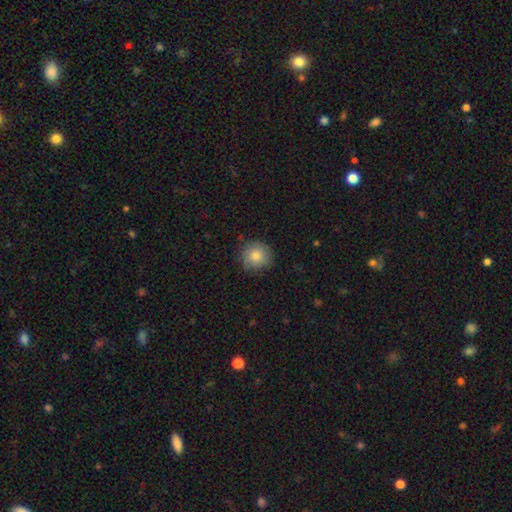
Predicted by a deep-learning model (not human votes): Smooth or featured? Predicted: smooth (p=0.82). How rounded? Predicted: round (p=0.93). Merging? Predicted: none (p=0.84).